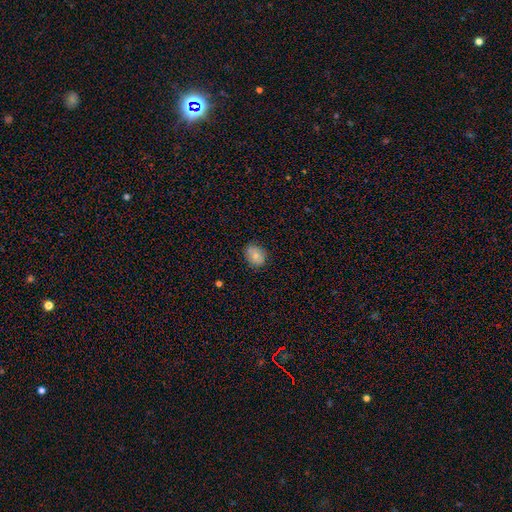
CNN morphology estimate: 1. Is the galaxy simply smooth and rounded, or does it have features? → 75% smooth, 16% featured or disk, 9% star or artifact.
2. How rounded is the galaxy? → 53% round, 46% in between, 1% cigar-shaped.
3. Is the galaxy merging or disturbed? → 82% none, 14% minor disturbance, 3% major disturbance, 1% merger.